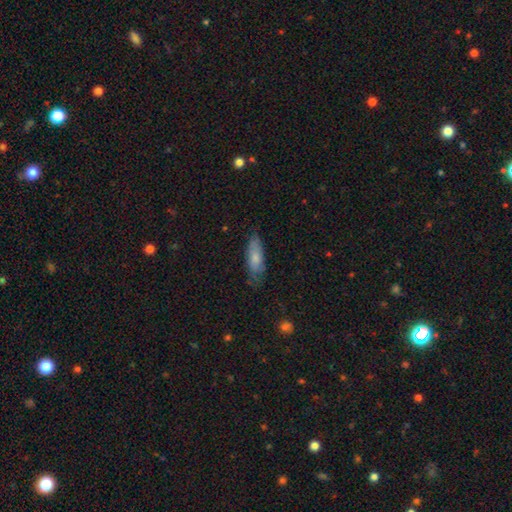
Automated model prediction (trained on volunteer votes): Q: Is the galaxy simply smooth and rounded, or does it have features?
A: smooth — 72%.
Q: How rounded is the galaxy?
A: in between — 63%.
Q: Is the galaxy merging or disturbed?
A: none — 68%.